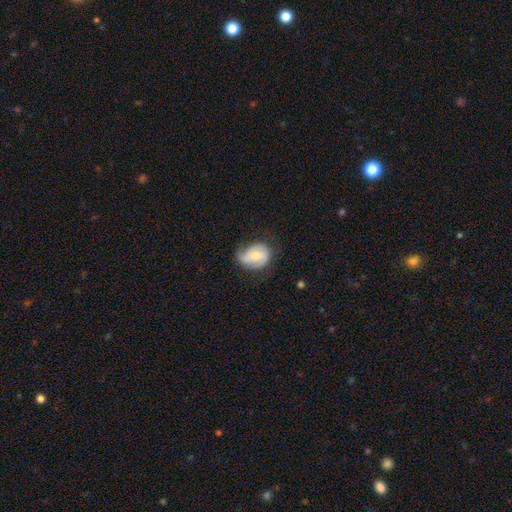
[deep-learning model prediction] Q: Smooth or featured?
A: smooth (60%); runner-up: featured or disk (32%)
Q: How rounded?
A: in between (61%); runner-up: round (38%)
Q: Merging?
A: none (49%); runner-up: minor disturbance (36%)